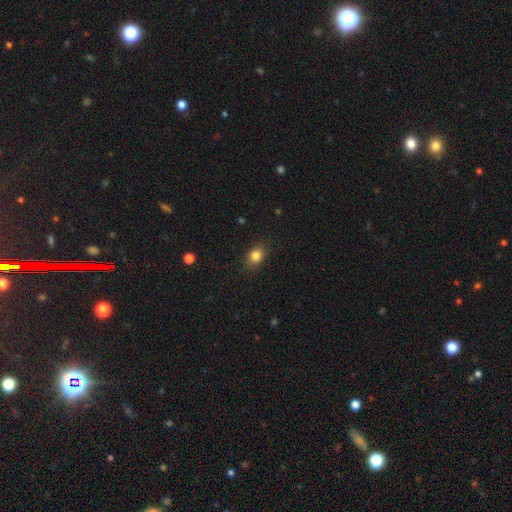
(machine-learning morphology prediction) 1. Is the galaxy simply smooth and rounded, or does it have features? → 83% smooth, 11% star or artifact, 6% featured or disk.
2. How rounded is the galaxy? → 57% in between, 42% round, 1% cigar-shaped.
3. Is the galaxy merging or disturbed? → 84% none, 12% minor disturbance, 3% major disturbance, 1% merger.